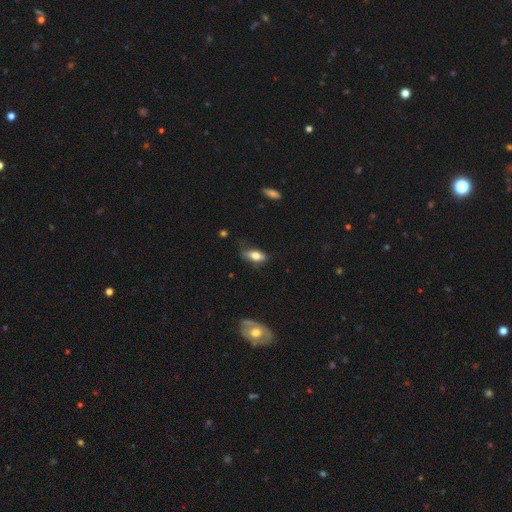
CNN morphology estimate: Smooth or featured? Predicted: smooth (p=0.72). How rounded? Predicted: in between (p=0.83). Merging? Predicted: none (p=0.58).